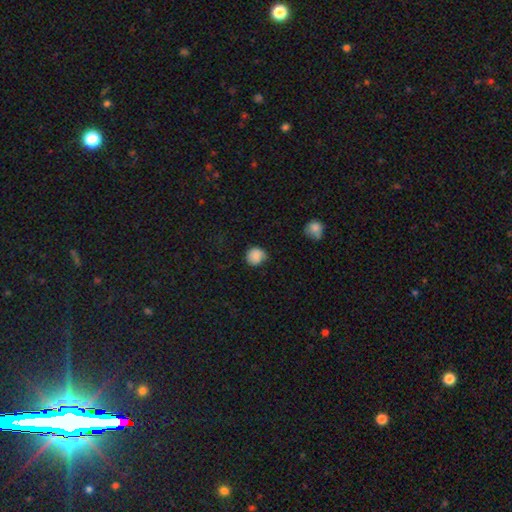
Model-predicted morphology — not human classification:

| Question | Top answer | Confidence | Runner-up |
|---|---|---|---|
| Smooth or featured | smooth | 82% | featured or disk (9%) |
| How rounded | round | 85% | in between (14%) |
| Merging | none | 64% | minor disturbance (28%) |